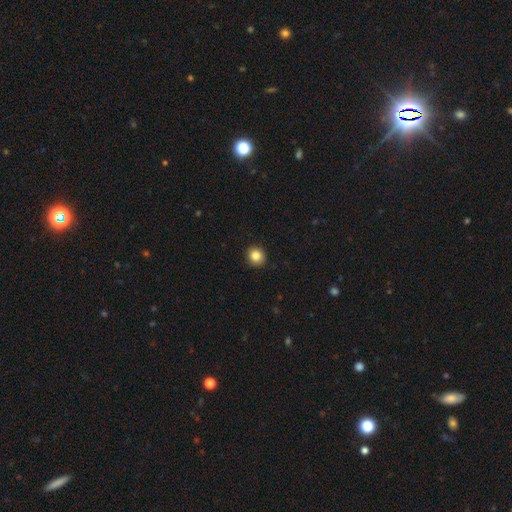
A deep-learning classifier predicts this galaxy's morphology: This is clearly a smooth galaxy (85%). How rounded: clearly round (89%). Merging: clearly none (91%).